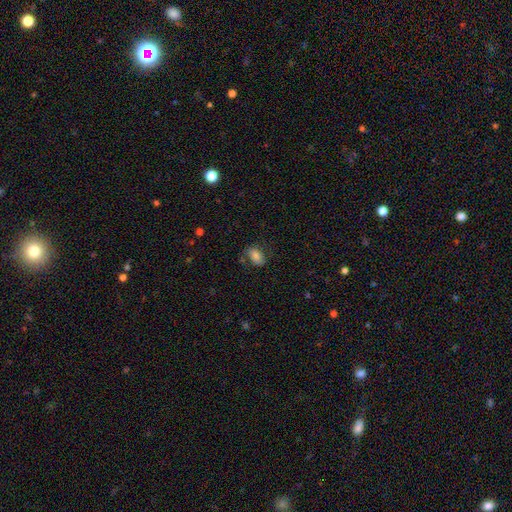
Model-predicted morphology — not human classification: smooth 77%, featured or disk 14%, star or artifact 9%. Down the decision tree: how rounded — in between (88%); merging — none (67%).